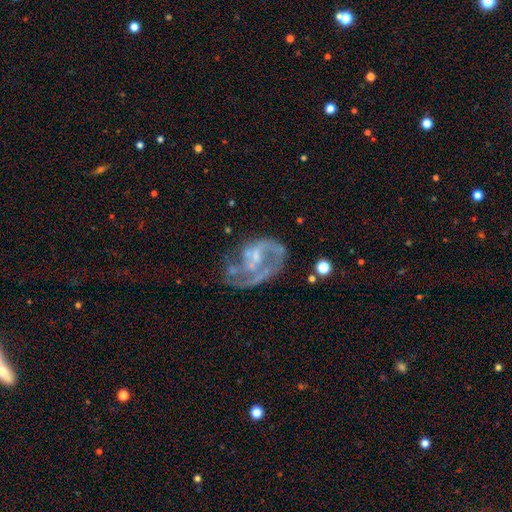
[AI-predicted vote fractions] Smooth or featured?
  - featured or disk: 76% *
  - smooth: 13%
  - star or artifact: 10%
Edge-on disk?
  - no: 97% *
  - yes: 3%
Bar?
  - no: 59% *
  - weak: 33%
  - strong: 9%
Spiral arms?
  - yes: 72% *
  - no: 28%
Spiral winding?
  - medium: 41% *
  - loose: 31%
  - tight: 28%
Spiral arm count?
  - 2: 36% *
  - 1: 26%
  - can't tell: 24%
  - 3: 9%
  - 4: 3%
  - more than 4: 3%
Bulge size?
  - small: 49% *
  - none: 30%
  - moderate: 19%
  - large: 2%
  - dominant: 1%
Merging?
  - none: 40% *
  - major disturbance: 32%
  - minor disturbance: 20%
  - merger: 8%